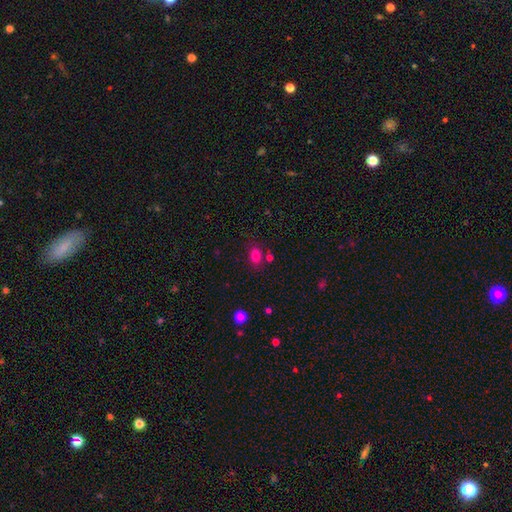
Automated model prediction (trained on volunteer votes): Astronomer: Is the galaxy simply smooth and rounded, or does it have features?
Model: smooth — 80%.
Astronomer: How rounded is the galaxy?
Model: in between — 70%.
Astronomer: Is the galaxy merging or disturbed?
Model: none — 73%.